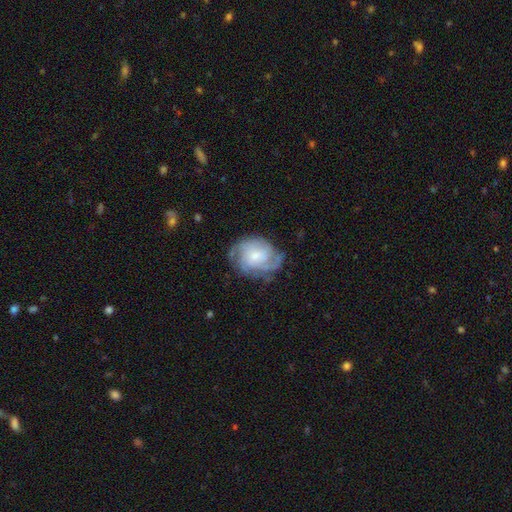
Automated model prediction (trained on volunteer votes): Q: Smooth or featured?
A: featured or disk (70%); runner-up: smooth (24%)
Q: Edge-on disk?
A: no (97%); runner-up: yes (3%)
Q: Bar?
A: no (69%); runner-up: weak (26%)
Q: Spiral arms?
A: yes (88%); runner-up: no (12%)
Q: Spiral winding?
A: tight (45%); runner-up: medium (39%)
Q: Spiral arm count?
A: 2 (35%); runner-up: can't tell (33%)
Q: Bulge size?
A: small (53%); runner-up: moderate (35%)
Q: Merging?
A: none (60%); runner-up: minor disturbance (24%)